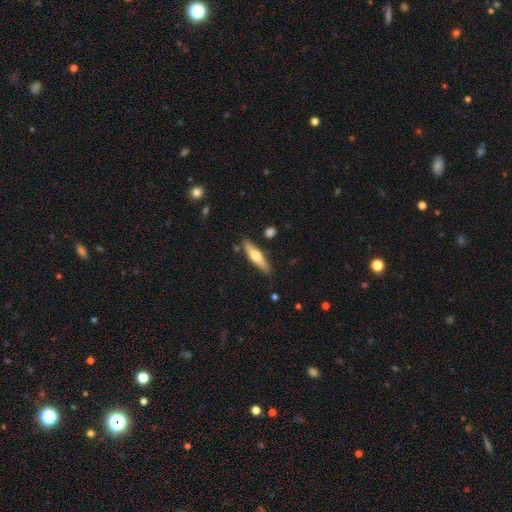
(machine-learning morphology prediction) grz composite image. It shows a smooth galaxy with no disk features (56%) that is cigar-shaped (71%). Merging: none (81%).